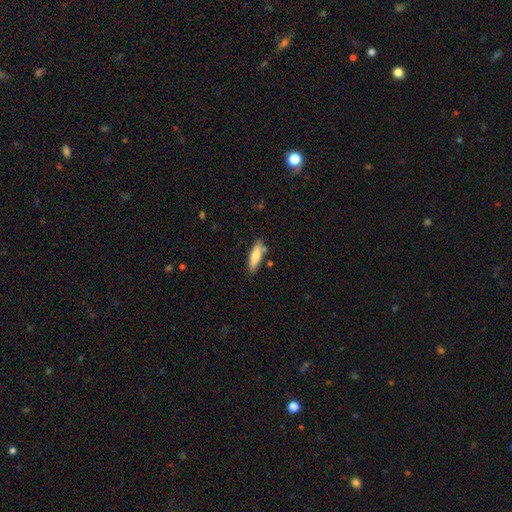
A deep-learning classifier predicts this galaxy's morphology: A smooth galaxy with no disk features (70%) that is cigar-shaped (64%). Merging: none (74%).